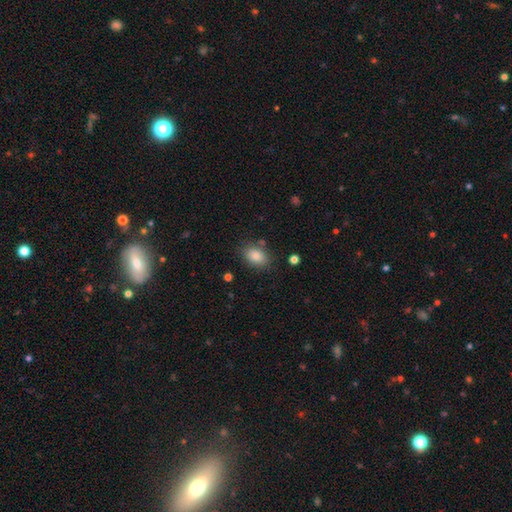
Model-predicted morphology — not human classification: This is clearly a smooth galaxy (85%). How rounded: likely in between (78%). Merging: likely none (79%).